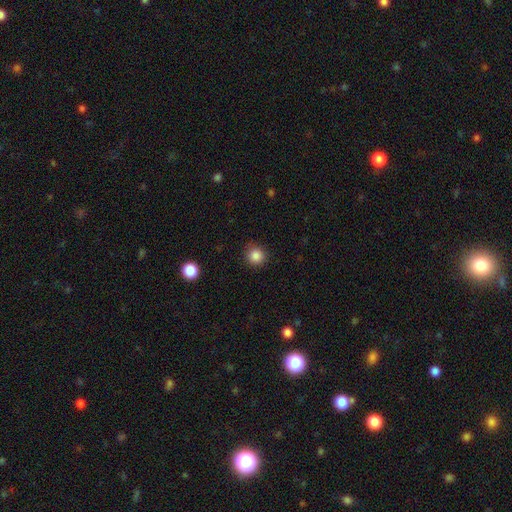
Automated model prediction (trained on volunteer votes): The model was most divided on "smooth or featured": smooth: 86%, star or artifact: 11%, featured or disk: 4%. More confident: how rounded — round (93%); merging — none (89%).